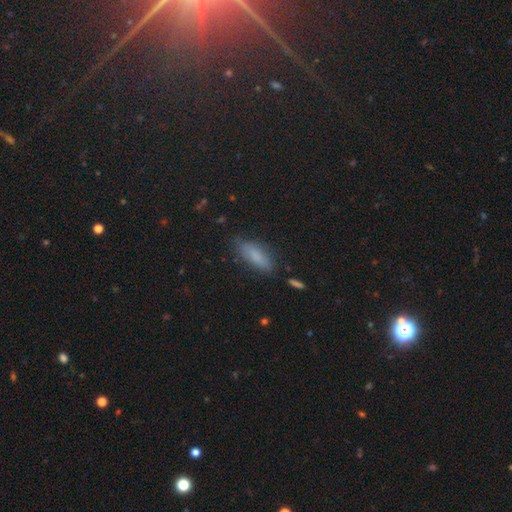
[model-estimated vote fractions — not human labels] smooth_or_featured: smooth (p=0.77) [alt: featured or disk p=0.14]
how_rounded: in between (p=0.58) [alt: cigar-shaped p=0.40]
merging: none (p=0.79) [alt: minor disturbance p=0.16]